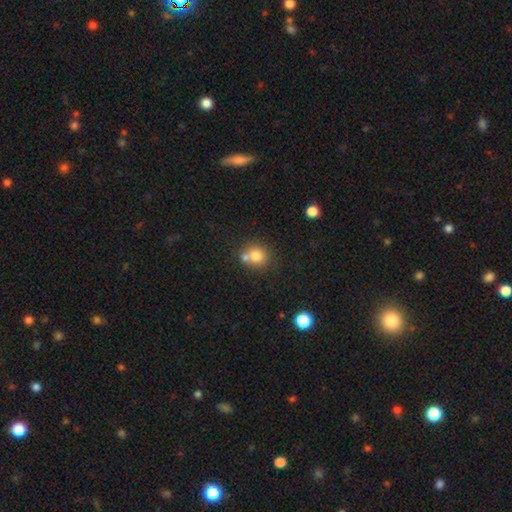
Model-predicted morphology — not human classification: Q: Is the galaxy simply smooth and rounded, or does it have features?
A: smooth — 77%.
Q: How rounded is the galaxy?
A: round — 83%.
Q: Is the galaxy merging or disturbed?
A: none — 52%.